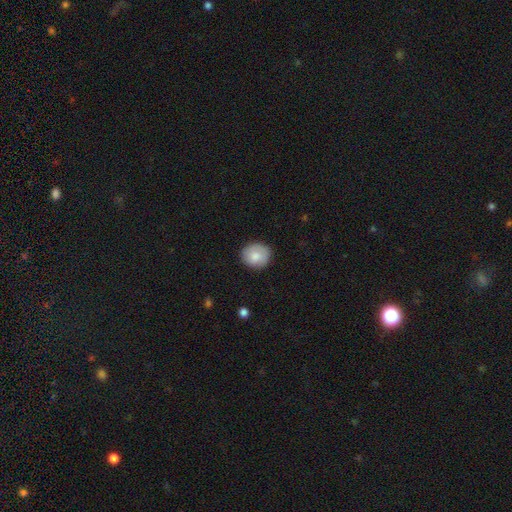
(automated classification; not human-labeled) Smooth or featured? smooth (82%)
How rounded? round (76%)
Merging? none (83%)